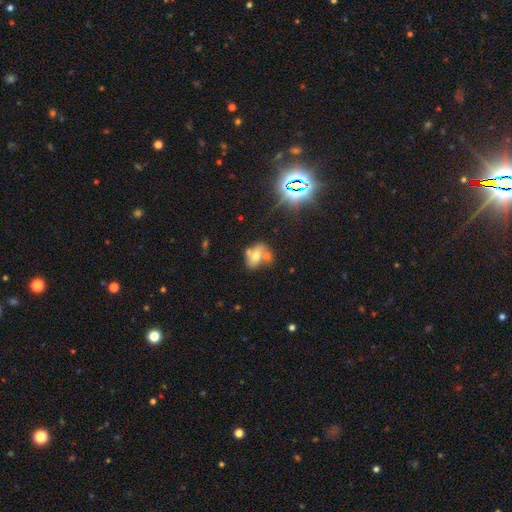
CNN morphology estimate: Smooth or featured: smooth — 51% (featured or disk — 31%)
How rounded: in between — 65% (round — 33%)
Merging: merger — 44% (none — 35%)